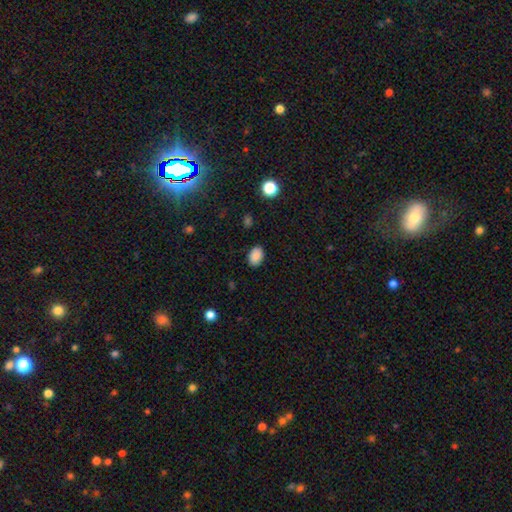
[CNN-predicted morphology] Smooth or featured? Predicted: smooth (p=0.88). How rounded? Predicted: in between (p=0.84). Merging? Predicted: none (p=0.87).